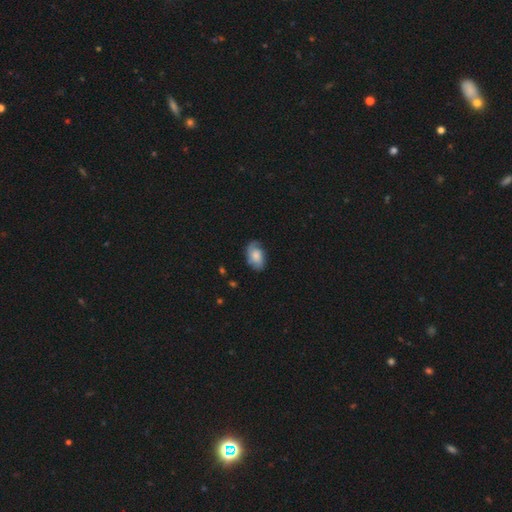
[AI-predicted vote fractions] A smooth galaxy with no disk features (54%) that is in between round and cigar-shaped (89%). Merging: none (65%).